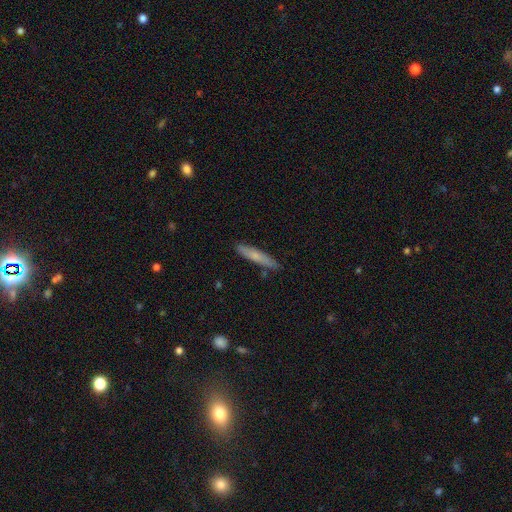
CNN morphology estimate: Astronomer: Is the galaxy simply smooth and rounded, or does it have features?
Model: smooth — 63%.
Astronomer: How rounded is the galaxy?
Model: cigar-shaped — 90%.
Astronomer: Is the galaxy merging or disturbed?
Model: none — 85%.